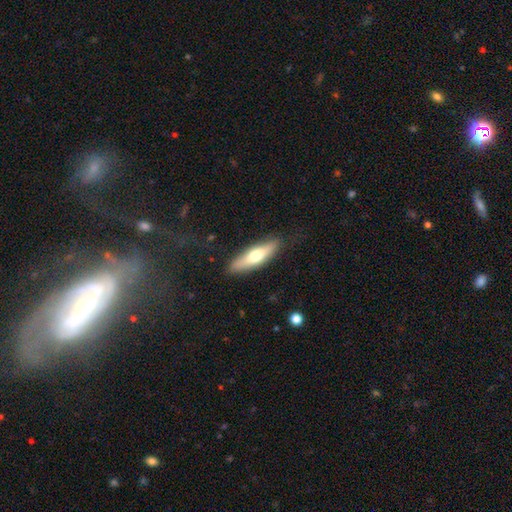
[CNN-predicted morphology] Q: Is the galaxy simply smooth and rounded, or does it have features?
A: smooth — 59%.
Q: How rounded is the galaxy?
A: cigar-shaped — 61%.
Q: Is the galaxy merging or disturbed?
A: none — 85%.